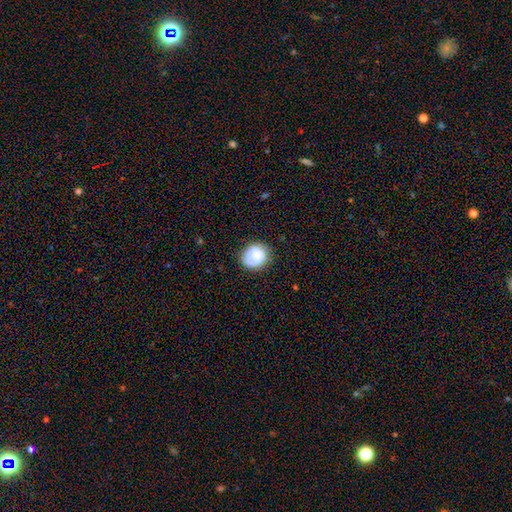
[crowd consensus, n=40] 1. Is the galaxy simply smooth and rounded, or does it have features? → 85% smooth, 10% star or artifact, 5% featured or disk.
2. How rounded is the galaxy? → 82% round, 18% in between, 0% cigar-shaped.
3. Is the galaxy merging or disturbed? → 81% none, 11% minor disturbance, 8% major disturbance, 0% merger.